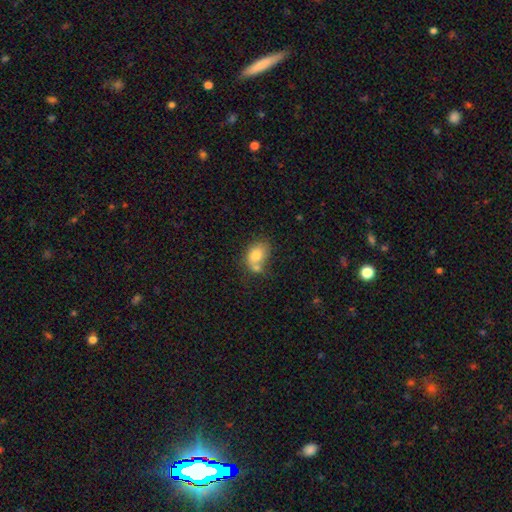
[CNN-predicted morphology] Smooth or featured? smooth (76%)
How rounded? in between (71%)
Merging? merger (38%)